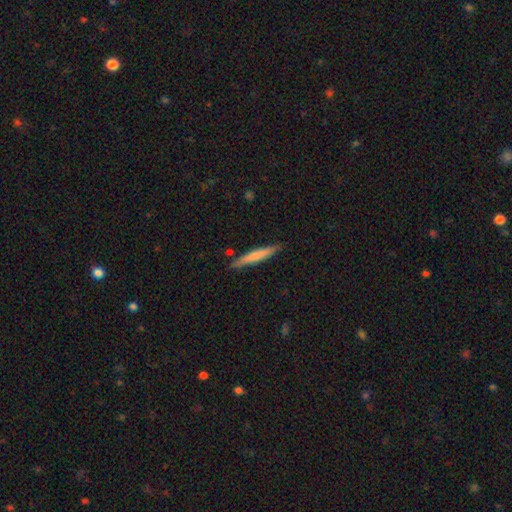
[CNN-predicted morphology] This appears to be a smooth galaxy with no disk features (64%) that is cigar-shaped (95%). Merging: none (87%).